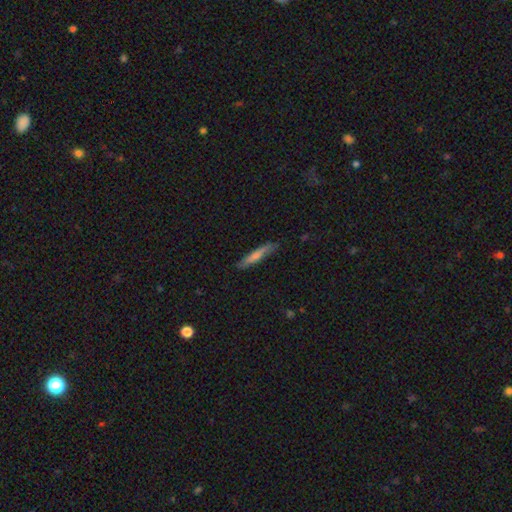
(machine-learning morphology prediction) type=smooth (62%); roundness=cigar-shaped (93%); merging=none (84%).